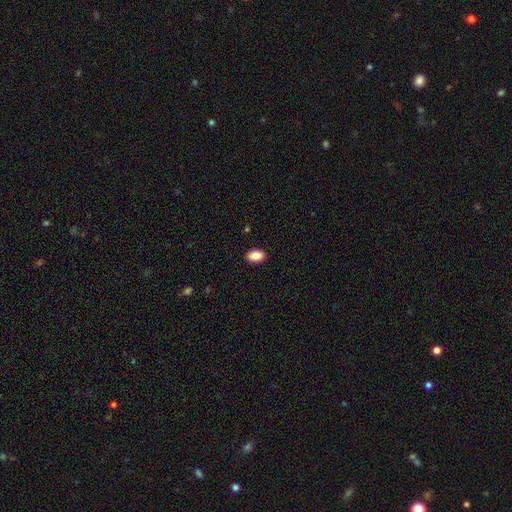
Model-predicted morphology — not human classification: This is clearly a smooth galaxy (88%). How rounded: clearly in between (91%). Merging: clearly none (90%).